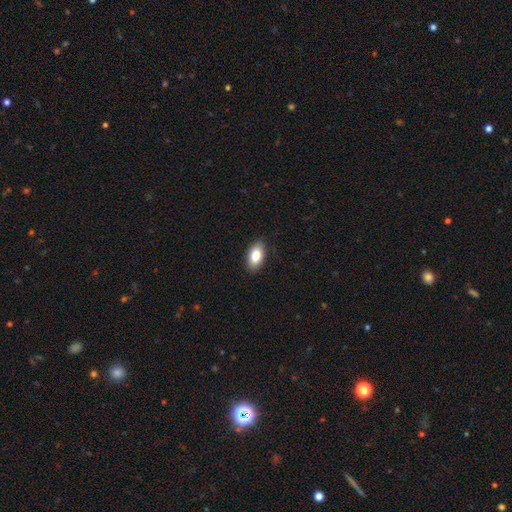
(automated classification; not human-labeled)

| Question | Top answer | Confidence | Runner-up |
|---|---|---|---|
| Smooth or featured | smooth | 82% | featured or disk (11%) |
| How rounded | in between | 92% | round (5%) |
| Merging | none | 88% | minor disturbance (9%) |